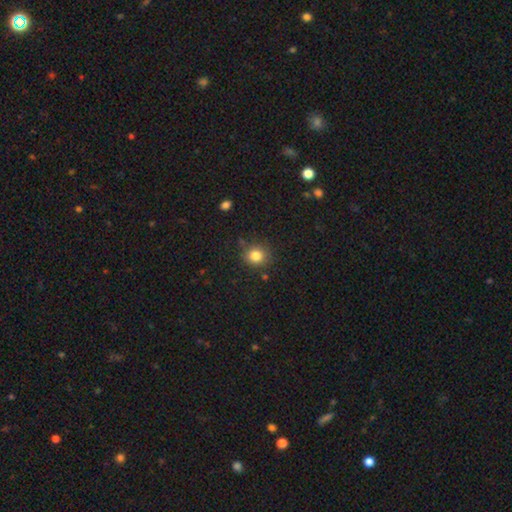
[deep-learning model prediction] Overall: smooth (82%). How rounded: round (85%). Merging: none (82%).